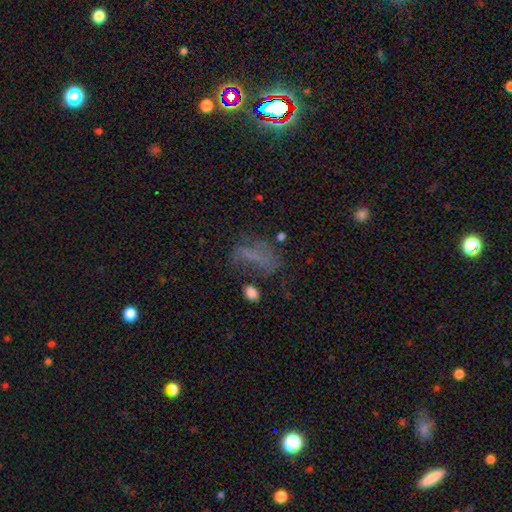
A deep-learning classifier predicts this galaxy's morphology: smooth 41%, star or artifact 31%, featured or disk 28%. Down the decision tree: merging — none (43%).